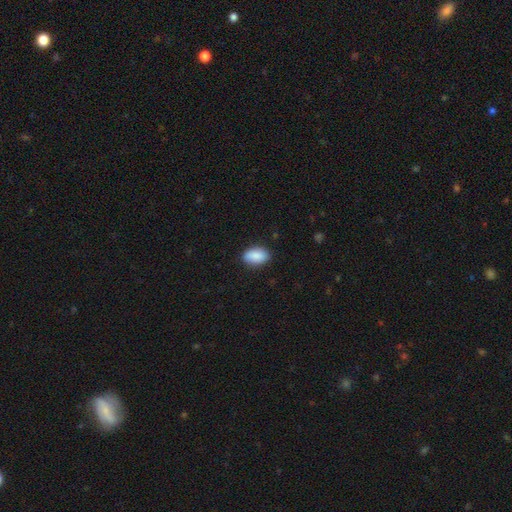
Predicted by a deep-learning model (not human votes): Smooth or featured? Predicted: smooth (p=0.89). How rounded? Predicted: in between (p=0.91). Merging? Predicted: none (p=0.85).